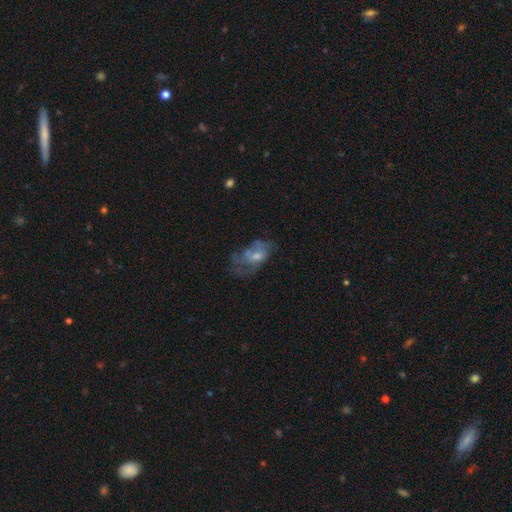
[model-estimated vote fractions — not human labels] Q: Smooth or featured?
A: featured or disk (55%); runner-up: smooth (35%)
Q: Edge-on disk?
A: no (96%); runner-up: yes (4%)
Q: Bar?
A: no (73%); runner-up: weak (23%)
Q: Spiral arms?
A: no (61%); runner-up: yes (39%)
Q: Bulge size?
A: moderate (48%); runner-up: small (36%)
Q: Merging?
A: major disturbance (39%); runner-up: none (31%)